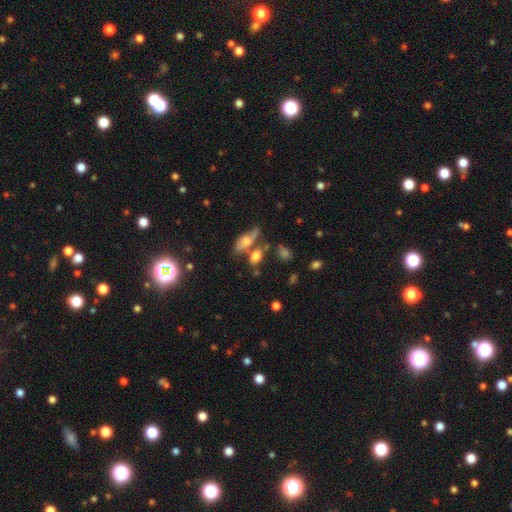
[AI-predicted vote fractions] A smooth galaxy with no disk features (72%) that is in between round and cigar-shaped (77%).

Vote fractions:
- Smooth or featured? smooth: 72% / featured or disk: 16% / star or artifact: 12%
- How rounded? in between: 77% / round: 12% / cigar-shaped: 10%
- Merging? none: 47% / merger: 31% / minor disturbance: 15% / major disturbance: 8%